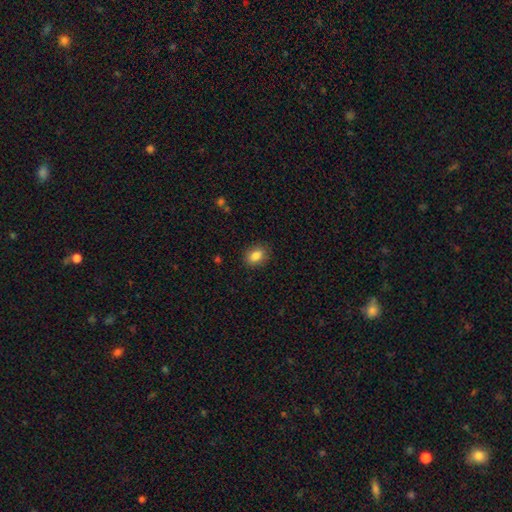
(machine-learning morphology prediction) Smooth or featured? Predicted: smooth (p=0.86). How rounded? Predicted: in between (p=0.76). Merging? Predicted: none (p=0.87).